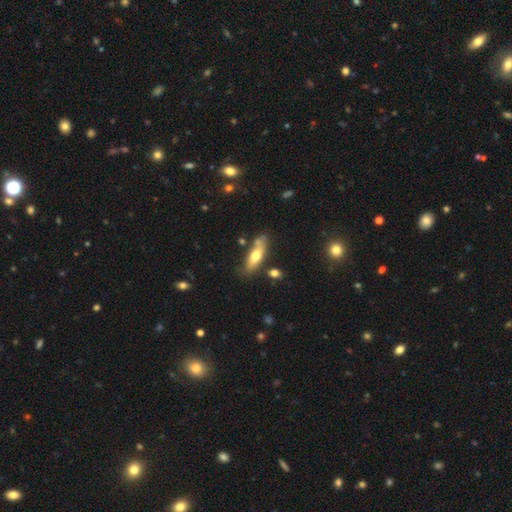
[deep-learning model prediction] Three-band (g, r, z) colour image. It shows a smooth galaxy with no disk features (58%) that is in between round and cigar-shaped (51%). Merging: none (68%).